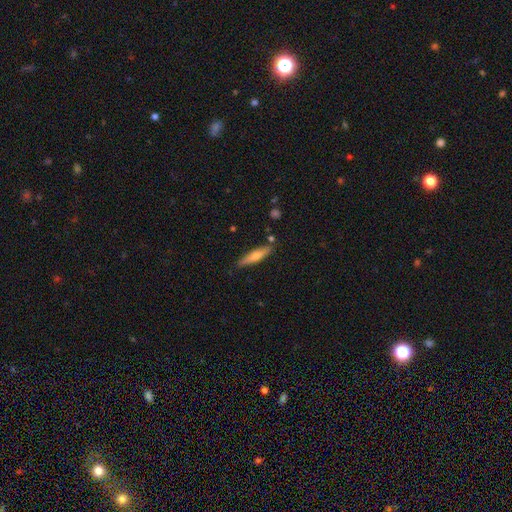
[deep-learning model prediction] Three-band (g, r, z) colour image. It shows a smooth galaxy with no disk features (52%) that is cigar-shaped (84%). Merging: none (83%).